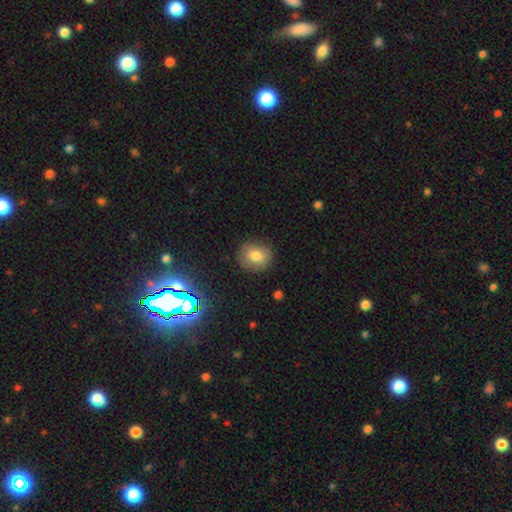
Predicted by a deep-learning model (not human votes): Smooth or featured: smooth — 76% (star or artifact — 12%)
How rounded: round — 72% (in between — 27%)
Merging: none — 83% (minor disturbance — 13%)